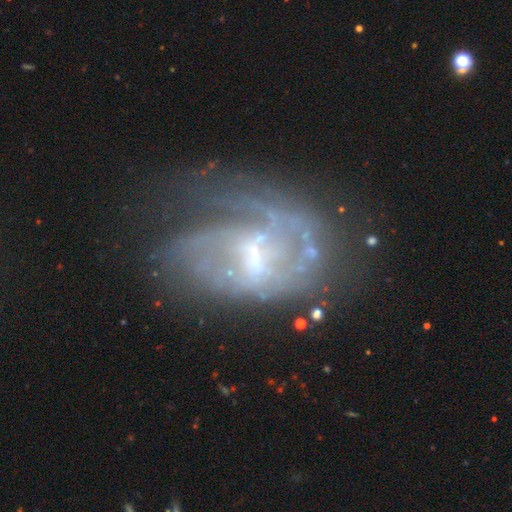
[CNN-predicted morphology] A featured or disk galaxy (75%) with a weak bar (48%), spiral arms (66%) and a small central bulge (40%). Merging: major disturbance (38%).